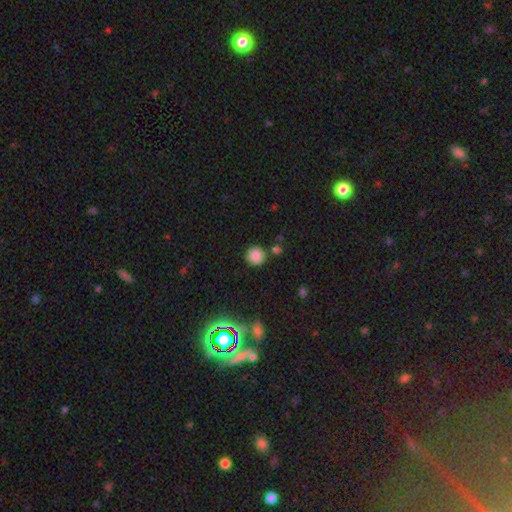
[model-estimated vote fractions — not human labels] Smooth or featured? Predicted: smooth (p=0.85). How rounded? Predicted: round (p=0.91). Merging? Predicted: none (p=0.81).